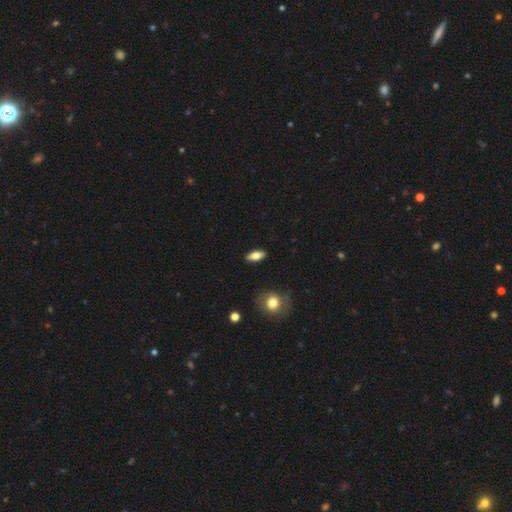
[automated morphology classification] smooth_or_featured: smooth (p=0.76) [alt: featured or disk p=0.17]
how_rounded: in between (p=0.83) [alt: cigar-shaped p=0.13]
merging: none (p=0.89) [alt: minor disturbance p=0.08]